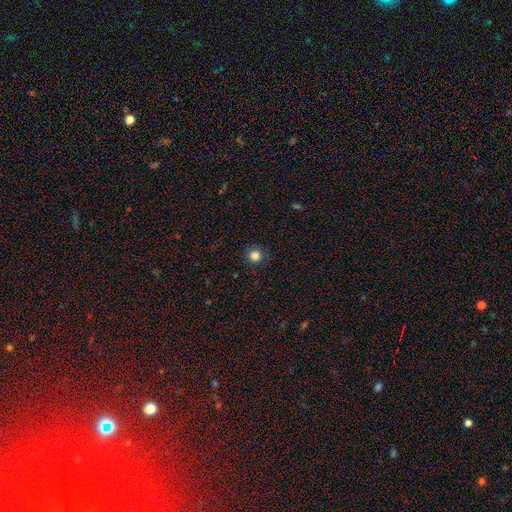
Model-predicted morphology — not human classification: This is clearly a smooth galaxy (84%). How rounded: clearly round (94%). Merging: clearly none (90%).